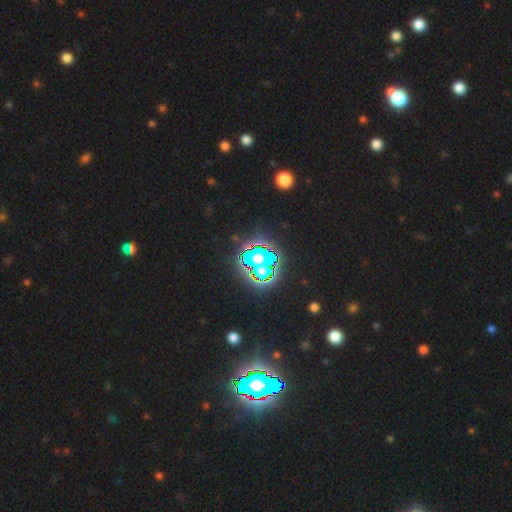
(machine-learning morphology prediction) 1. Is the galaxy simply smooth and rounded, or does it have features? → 63% star or artifact, 19% smooth, 18% featured or disk.